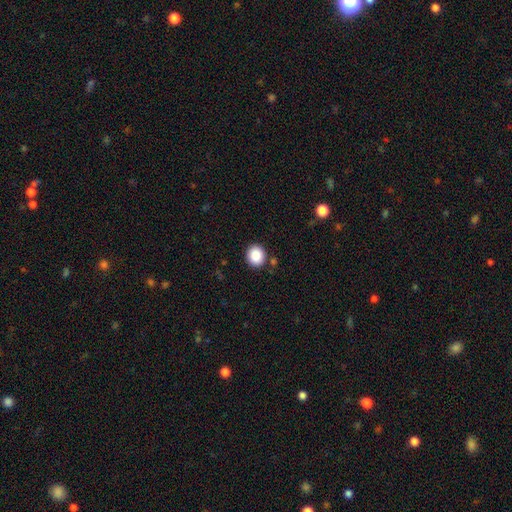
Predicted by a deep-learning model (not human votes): Morphology: type=smooth (87%); roundness=round (81%); merging=none (88%).